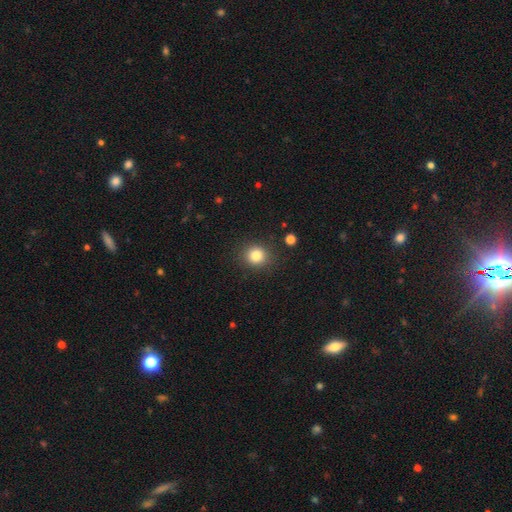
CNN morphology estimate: type=smooth (83%); roundness=round (85%); merging=none (88%).